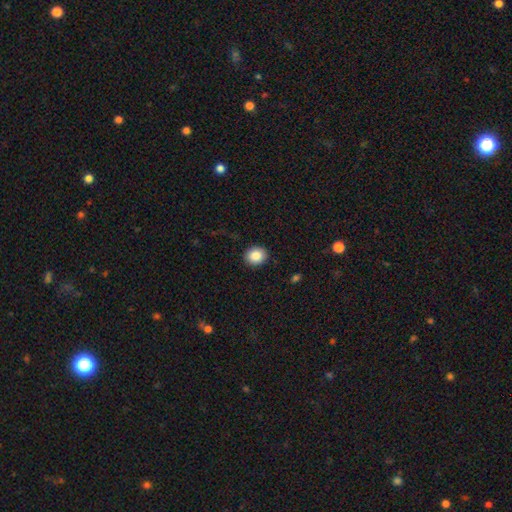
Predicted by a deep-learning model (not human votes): A smooth galaxy with no disk features (87%) that is round (69%).

Vote fractions:
- Smooth or featured? smooth: 87% / star or artifact: 8% / featured or disk: 4%
- How rounded? round: 69% / in between: 31% / cigar-shaped: 1%
- Merging? none: 91% / minor disturbance: 6% / major disturbance: 2% / merger: 1%